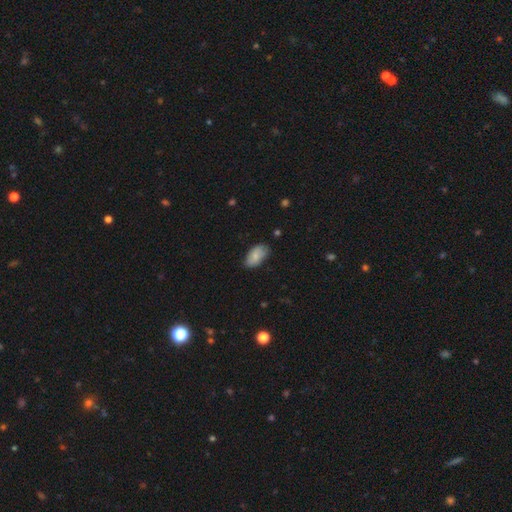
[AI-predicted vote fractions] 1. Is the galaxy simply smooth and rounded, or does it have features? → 78% smooth, 15% featured or disk, 7% star or artifact.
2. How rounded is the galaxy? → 94% in between, 4% round, 2% cigar-shaped.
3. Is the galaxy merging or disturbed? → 71% none, 24% minor disturbance, 4% major disturbance, 1% merger.